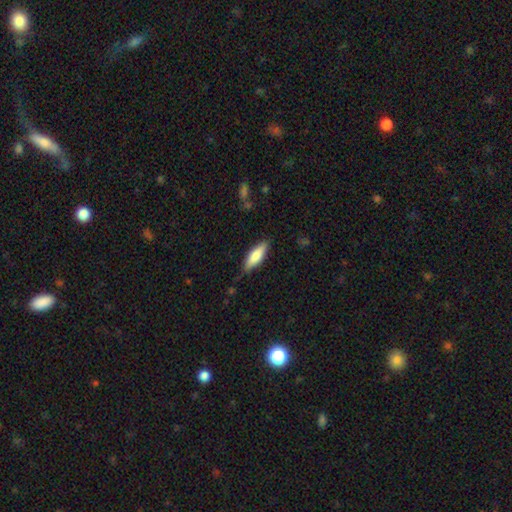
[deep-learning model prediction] Morphology: type=smooth (74%); roundness=in between (52%); merging=none (81%).